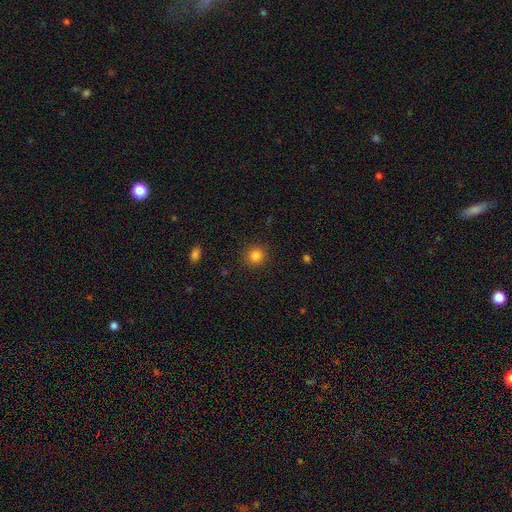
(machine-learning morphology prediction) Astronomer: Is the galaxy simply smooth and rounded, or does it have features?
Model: smooth — 83%.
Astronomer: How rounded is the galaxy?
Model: round — 92%.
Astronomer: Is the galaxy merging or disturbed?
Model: none — 90%.